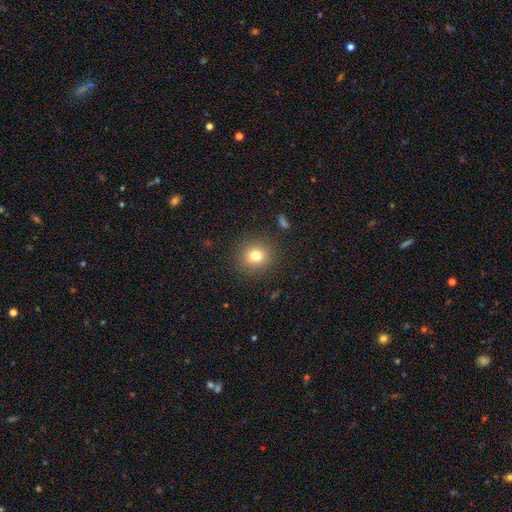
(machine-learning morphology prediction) The model was most divided on "smooth or featured": smooth: 78%, star or artifact: 13%, featured or disk: 9%. More confident: merging — none (88%); how rounded — round (87%).